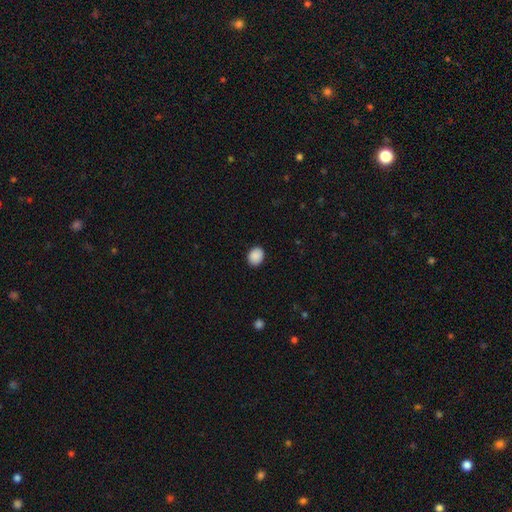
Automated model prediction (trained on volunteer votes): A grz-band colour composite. It shows a smooth galaxy with no disk features (90%) that is round (53%). Merging: none (89%).